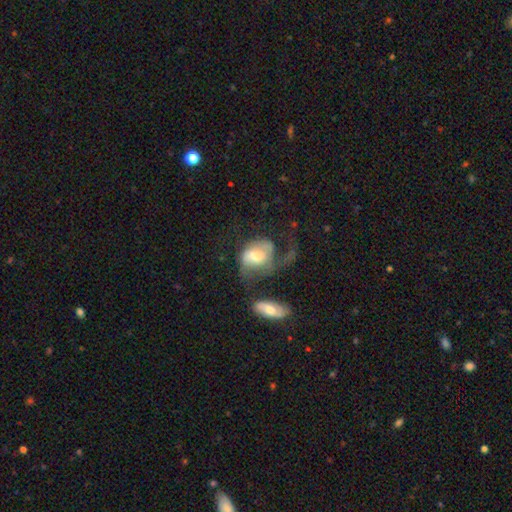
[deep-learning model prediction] Smooth or featured?
  - featured or disk: 47% *
  - smooth: 46%
  - star or artifact: 7%
Merging?
  - major disturbance: 49% *
  - merger: 22%
  - none: 16%
  - minor disturbance: 13%